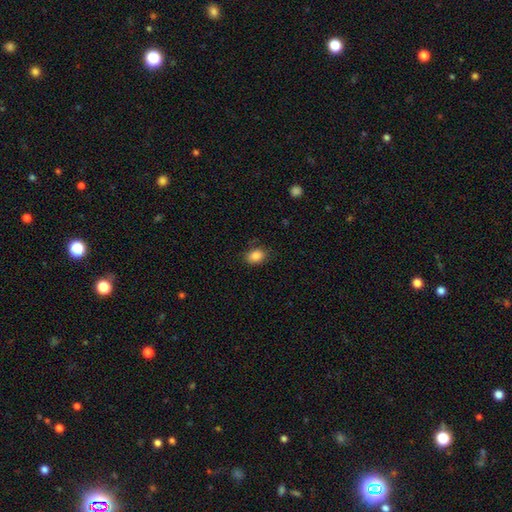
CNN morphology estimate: This is clearly a smooth galaxy (87%). How rounded: likely in between (74%). Merging: clearly none (81%).